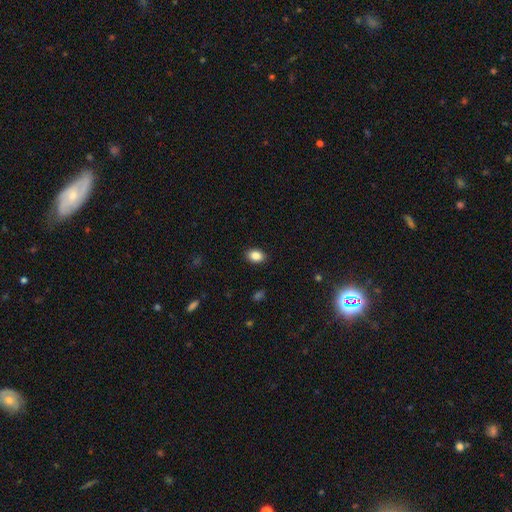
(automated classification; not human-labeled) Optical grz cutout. It shows a smooth galaxy with no disk features (87%) that is in between round and cigar-shaped (77%). Merging: none (89%).